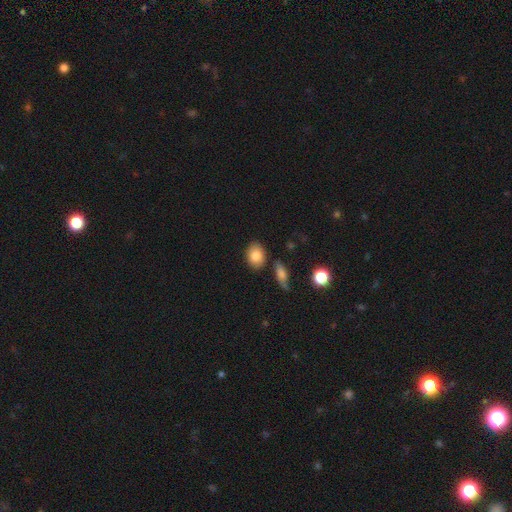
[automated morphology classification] smooth 84%, featured or disk 8%, star or artifact 7%. Down the decision tree: how rounded — in between (72%); merging — none (79%).